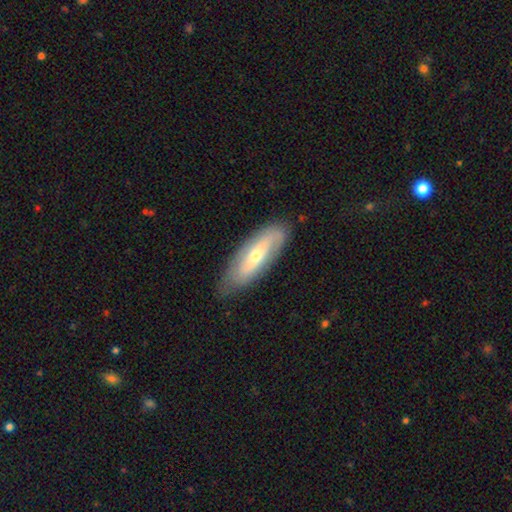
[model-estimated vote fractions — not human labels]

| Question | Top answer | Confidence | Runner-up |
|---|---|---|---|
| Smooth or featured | featured or disk | 53% | smooth (41%) |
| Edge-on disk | no | 71% | yes (29%) |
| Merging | none | 77% | minor disturbance (17%) |